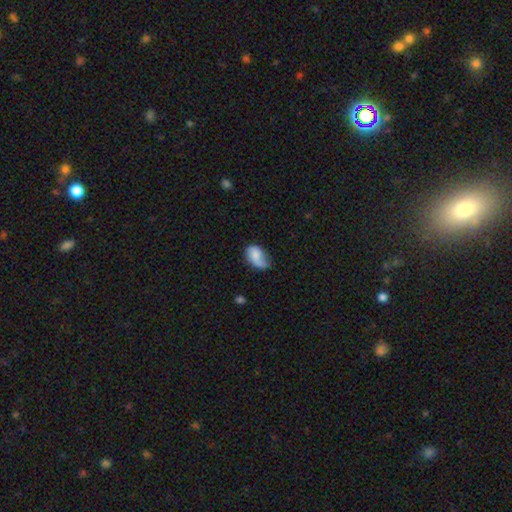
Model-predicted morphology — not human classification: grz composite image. It shows a smooth galaxy with no disk features (64%) that is in between round and cigar-shaped (88%). Merging: none (44%).